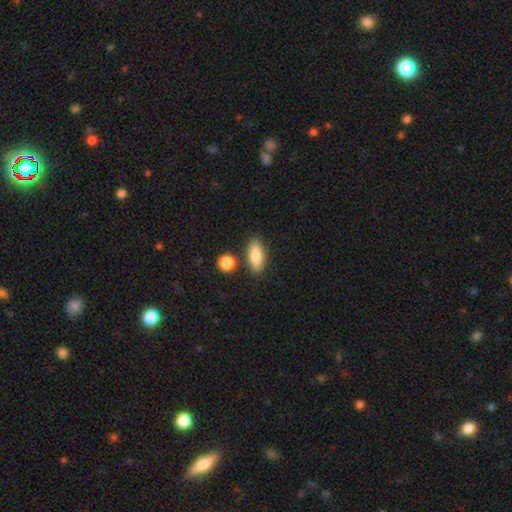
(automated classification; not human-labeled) smooth 82%, featured or disk 11%, star or artifact 6%. Down the decision tree: how rounded — in between (74%); merging — none (80%).